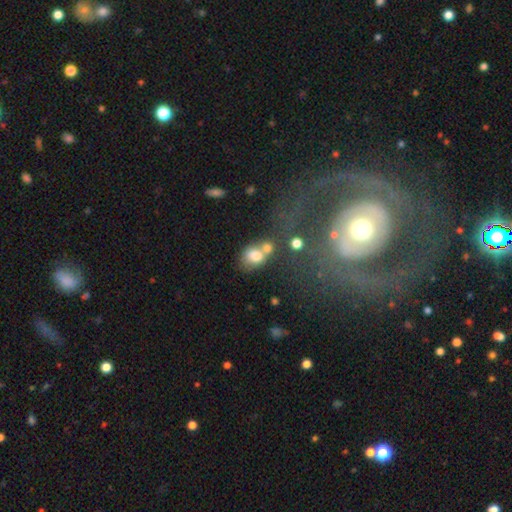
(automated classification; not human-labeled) smooth 72%, featured or disk 16%, star or artifact 12%. Down the decision tree: how rounded — in between (50%); merging — merger (51%).